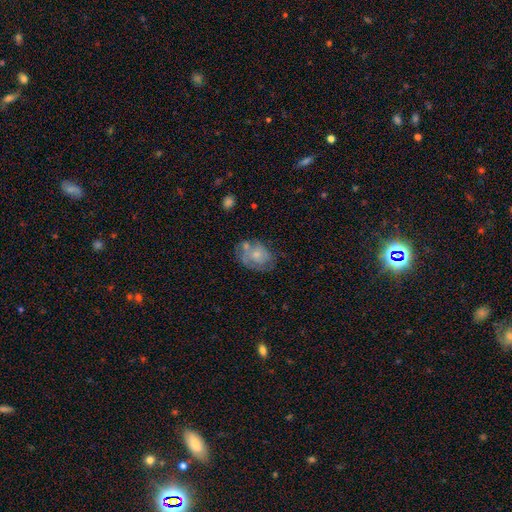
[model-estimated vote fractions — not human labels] Smooth or featured: smooth — 50% (featured or disk — 42%)
How rounded: in between — 67% (round — 31%)
Merging: none — 47% (minor disturbance — 26%)